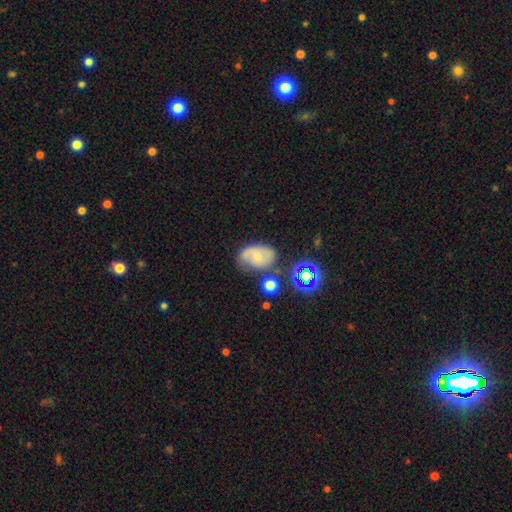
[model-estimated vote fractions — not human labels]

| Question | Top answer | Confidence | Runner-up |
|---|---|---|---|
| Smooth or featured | featured or disk | 48% | smooth (39%) |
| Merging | none | 52% | minor disturbance (28%) |